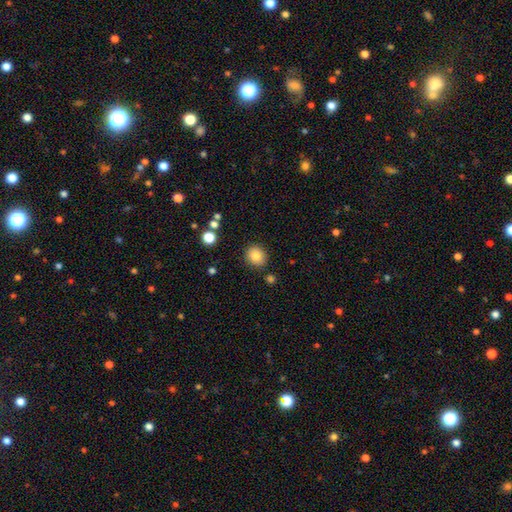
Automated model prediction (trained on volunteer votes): A smooth galaxy with no disk features (83%) that is round (82%). Merging: none (87%).